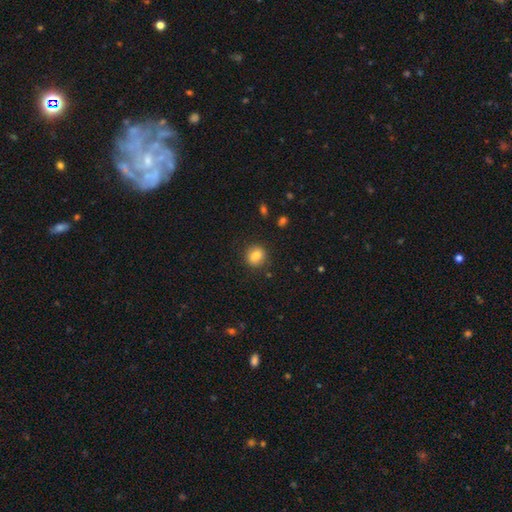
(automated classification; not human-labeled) Smooth or featured? Predicted: smooth (p=0.82). How rounded? Predicted: round (p=0.79). Merging? Predicted: none (p=0.88).